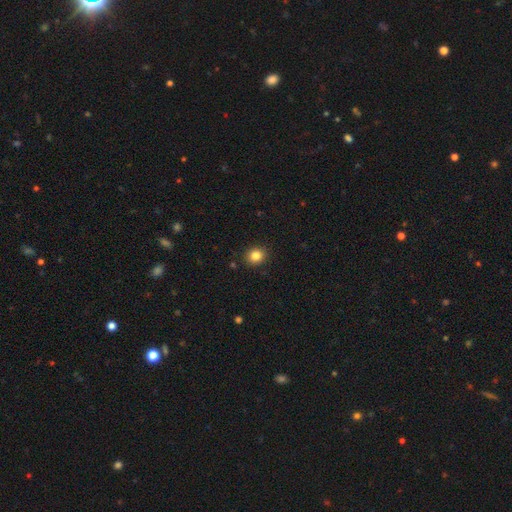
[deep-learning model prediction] Q: Smooth or featured?
A: smooth (84%); runner-up: star or artifact (11%)
Q: How rounded?
A: round (76%); runner-up: in between (23%)
Q: Merging?
A: none (90%); runner-up: minor disturbance (7%)